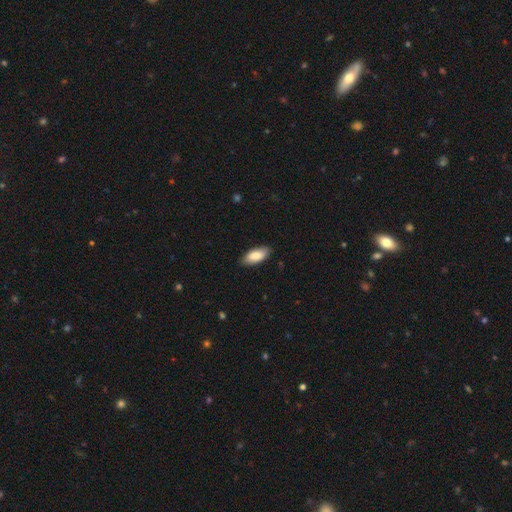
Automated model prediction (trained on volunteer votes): A smooth galaxy with no disk features (83%) that is in between round and cigar-shaped (87%). Merging: none (86%).